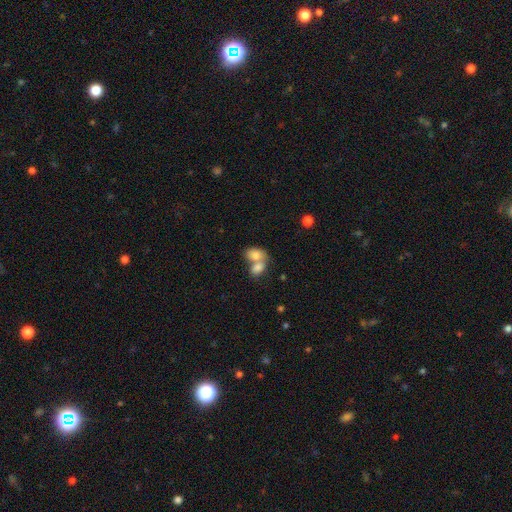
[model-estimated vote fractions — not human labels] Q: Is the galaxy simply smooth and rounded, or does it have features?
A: smooth — 78%.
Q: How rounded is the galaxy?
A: in between — 78%.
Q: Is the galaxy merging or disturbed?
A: merger — 67%.